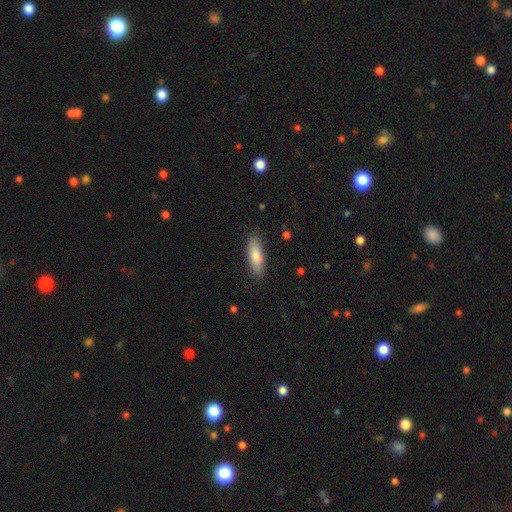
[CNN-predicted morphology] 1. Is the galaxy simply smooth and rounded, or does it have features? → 84% smooth, 10% featured or disk, 6% star or artifact.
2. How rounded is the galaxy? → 53% in between, 45% cigar-shaped, 2% round.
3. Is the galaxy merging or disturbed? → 86% none, 10% minor disturbance, 2% major disturbance, 1% merger.